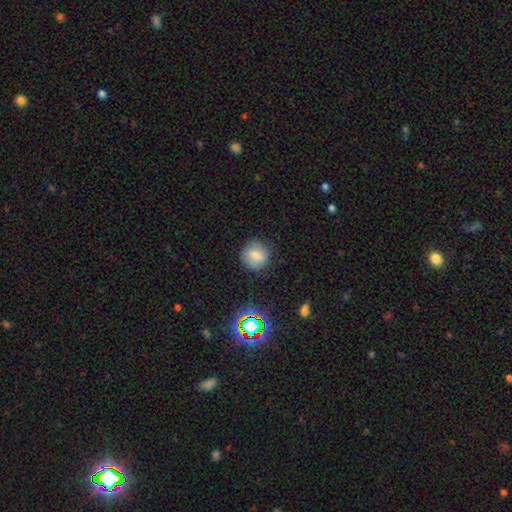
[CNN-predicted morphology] A smooth galaxy with no disk features (72%) that is round (91%). Merging: none (86%).